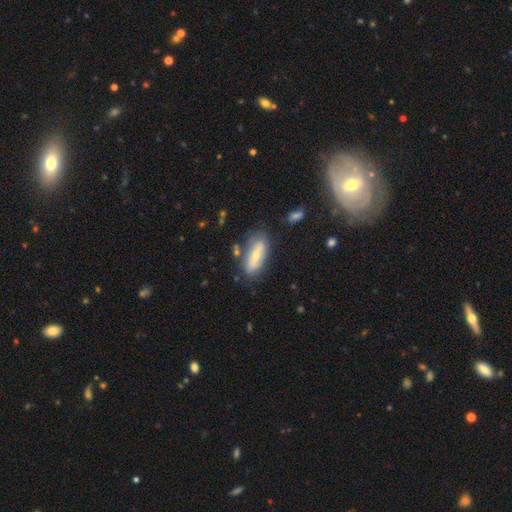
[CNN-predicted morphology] type=smooth (51%); roundness=in between (75%); merging=none (72%).